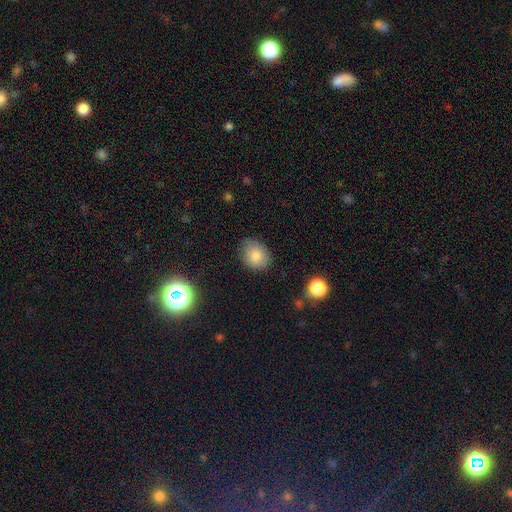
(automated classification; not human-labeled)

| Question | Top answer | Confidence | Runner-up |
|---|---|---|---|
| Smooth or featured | smooth | 82% | star or artifact (10%) |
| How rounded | in between | 52% | round (47%) |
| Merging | none | 76% | minor disturbance (19%) |